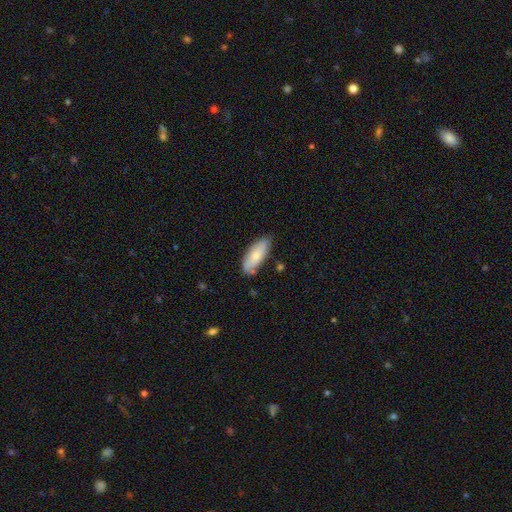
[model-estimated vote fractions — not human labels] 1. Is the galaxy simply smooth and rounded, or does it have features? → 73% smooth, 21% featured or disk, 6% star or artifact.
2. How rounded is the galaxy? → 77% in between, 21% cigar-shaped, 2% round.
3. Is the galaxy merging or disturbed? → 74% none, 20% minor disturbance, 3% merger, 3% major disturbance.